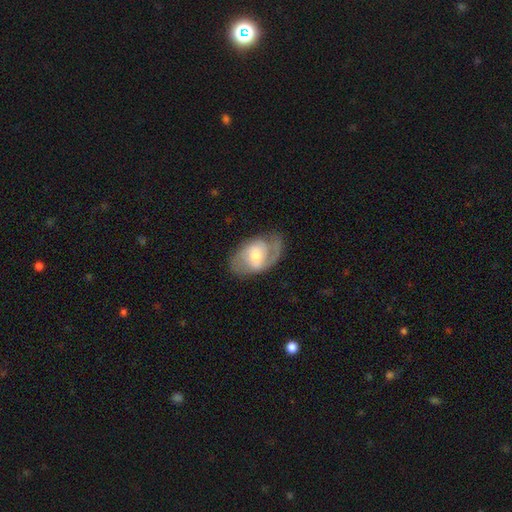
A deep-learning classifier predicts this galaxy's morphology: Smooth or featured? Predicted: featured or disk (p=0.76). Edge-on disk? Predicted: no (p=0.96). Bar? Predicted: weak (p=0.51). Spiral arms? Predicted: yes (p=0.91). Spiral winding? Predicted: medium (p=0.49). Spiral arm count? Predicted: 2 (p=0.75). Bulge size? Predicted: moderate (p=0.58). Merging? Predicted: none (p=0.70).